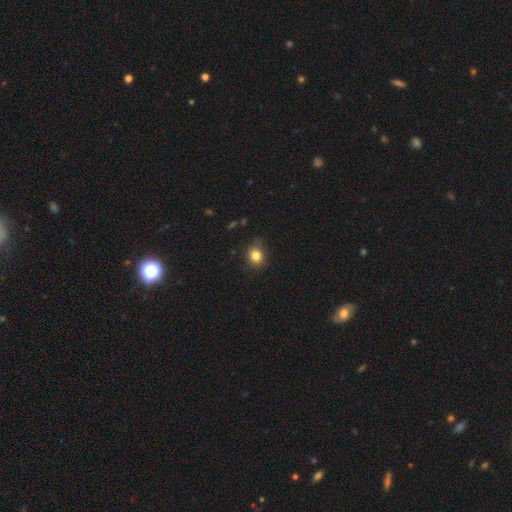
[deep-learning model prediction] A smooth galaxy with no disk features (82%) that is round (68%). Merging: none (78%).